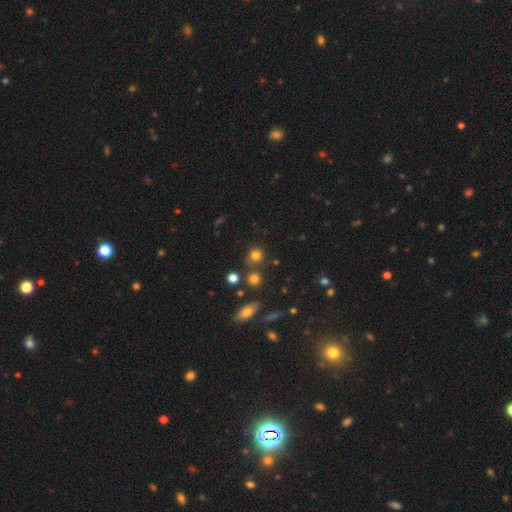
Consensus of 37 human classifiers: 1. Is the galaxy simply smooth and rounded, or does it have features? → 89% smooth, 8% star or artifact, 3% featured or disk.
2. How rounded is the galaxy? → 91% round, 9% in between, 0% cigar-shaped.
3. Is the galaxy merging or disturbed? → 76% none, 12% major disturbance, 9% minor disturbance, 3% merger.